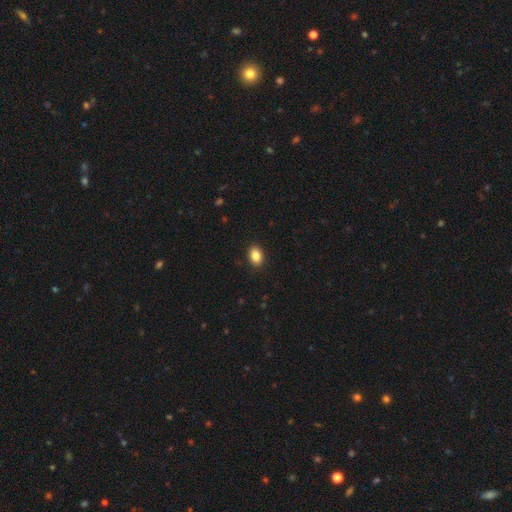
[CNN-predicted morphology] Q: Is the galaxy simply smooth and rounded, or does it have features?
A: smooth — 86%.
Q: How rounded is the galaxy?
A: in between — 77%.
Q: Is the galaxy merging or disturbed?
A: none — 91%.